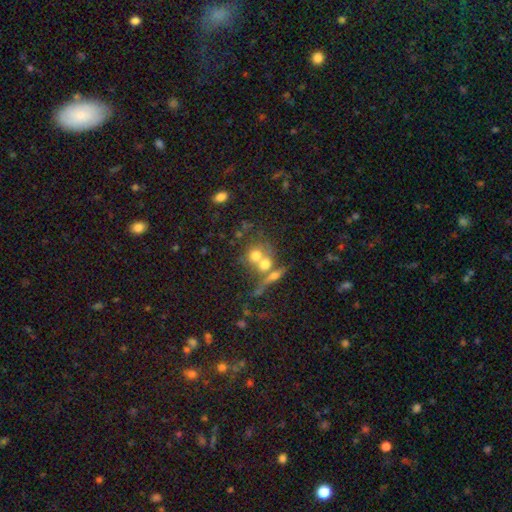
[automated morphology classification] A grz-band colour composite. It shows a smooth galaxy with no disk features (61%) that is round (74%). Merging: merger (53%).